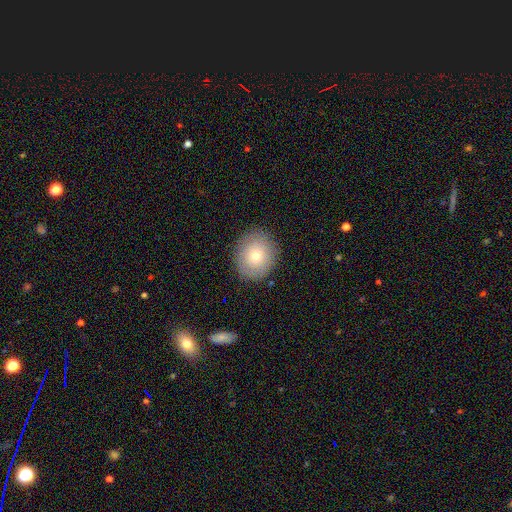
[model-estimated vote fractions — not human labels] Overall: smooth (73%). How rounded: round (73%). Merging: none (87%).